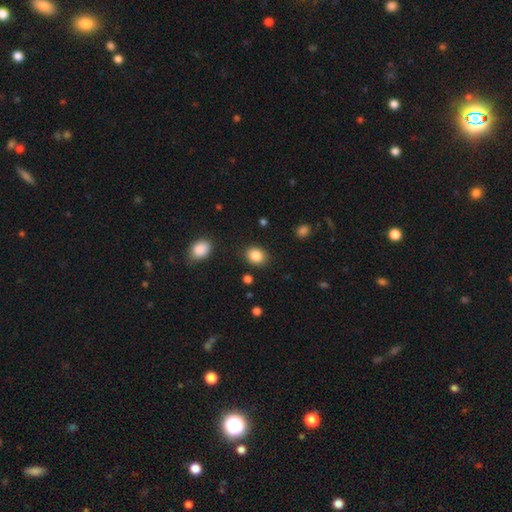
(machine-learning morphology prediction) Q: Smooth or featured?
A: smooth (86%); runner-up: star or artifact (9%)
Q: How rounded?
A: round (50%); runner-up: in between (49%)
Q: Merging?
A: none (86%); runner-up: minor disturbance (9%)